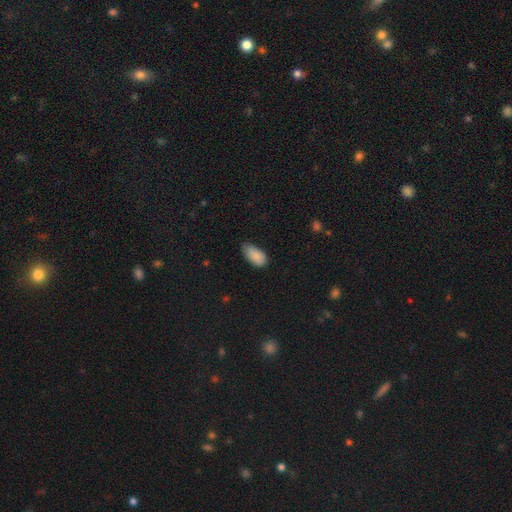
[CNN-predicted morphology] smooth-or-featured: smooth: 88% | star or artifact: 7% | featured or disk: 5%
  how-rounded: in between: 93% | cigar-shaped: 5% | round: 3%
  merging: none: 61% | minor disturbance: 33% | major disturbance: 5% | merger: 1%